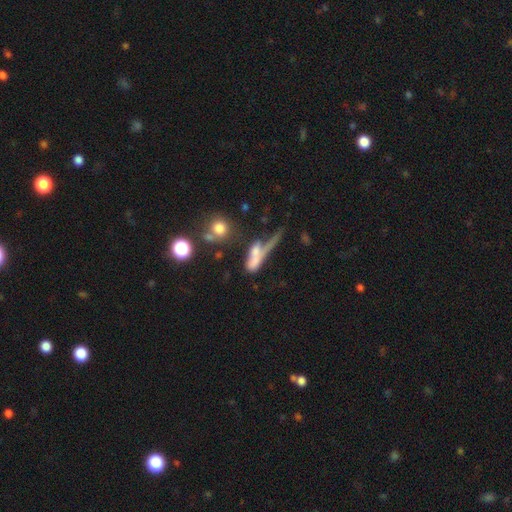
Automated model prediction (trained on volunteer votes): Smooth or featured: smooth — 54% (featured or disk — 34%)
How rounded: cigar-shaped — 47% (in between — 45%)
Merging: merger — 38% (major disturbance — 30%)